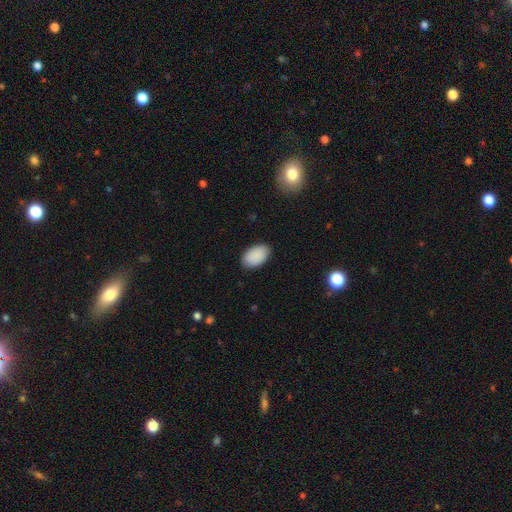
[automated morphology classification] A smooth galaxy with no disk features (90%) that is in between round and cigar-shaped (93%). Merging: none (86%).